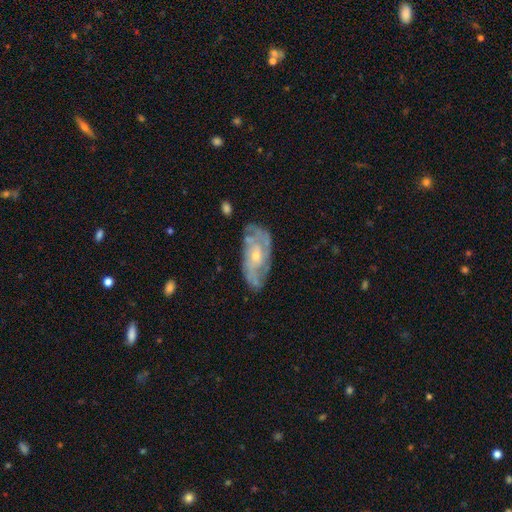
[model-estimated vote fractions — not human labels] Overall: featured or disk (80%). Edge-on disk: no (93%). Bar: no (70%). Spiral arms: yes (90%). Spiral arm count: 2 (35%; can't tell 32%). Spiral winding: tight (46%; medium 40%). Bulge size: small (63%; moderate 32%). Merging: none (67%).